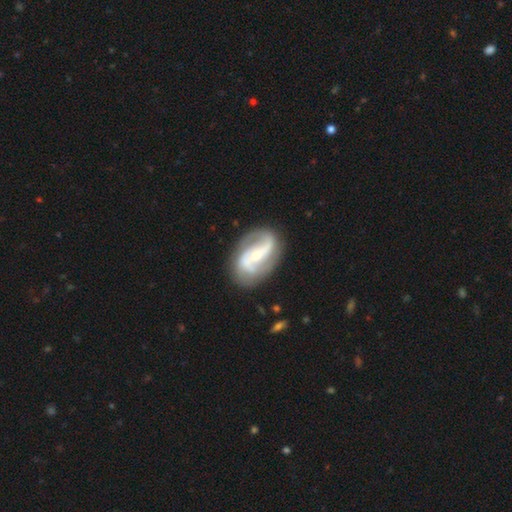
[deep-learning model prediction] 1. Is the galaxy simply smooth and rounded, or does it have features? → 88% featured or disk, 8% smooth, 4% star or artifact.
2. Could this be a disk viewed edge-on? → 97% no, 3% yes.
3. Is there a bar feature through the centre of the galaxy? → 38% strong, 36% weak, 26% no.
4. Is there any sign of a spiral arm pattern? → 96% yes, 4% no.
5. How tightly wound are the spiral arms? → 44% medium, 37% loose, 19% tight.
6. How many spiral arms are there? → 88% 2, 4% can't tell, 3% 3, 2% 1, 1% 4, 1% more than 4.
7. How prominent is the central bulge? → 55% small, 40% moderate, 3% large, 2% none, 1% dominant.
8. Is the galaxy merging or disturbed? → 78% none, 14% minor disturbance, 6% major disturbance, 2% merger.